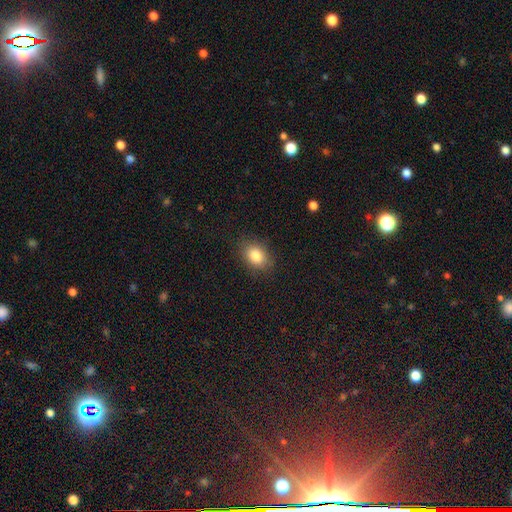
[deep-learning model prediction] Q: Smooth or featured?
A: smooth (84%); runner-up: star or artifact (9%)
Q: How rounded?
A: in between (77%); runner-up: round (22%)
Q: Merging?
A: none (85%); runner-up: minor disturbance (11%)